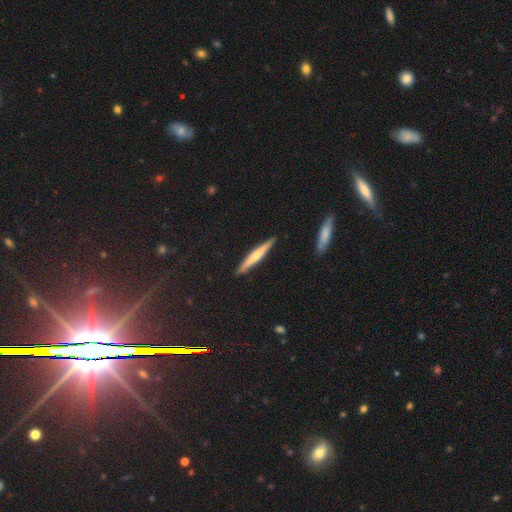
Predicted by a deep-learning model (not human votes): Smooth or featured? smooth (47%)
Merging? none (89%)